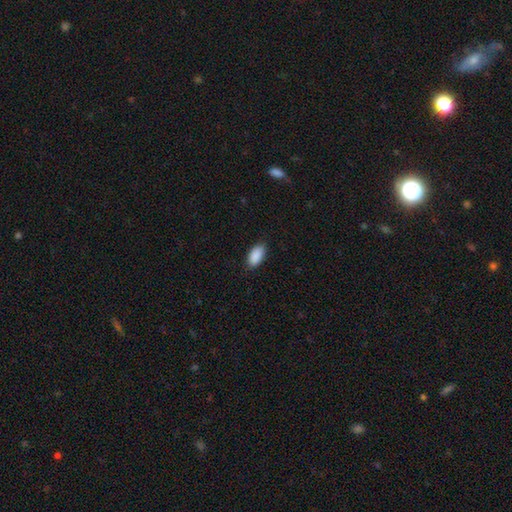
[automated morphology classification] smooth-or-featured: smooth: 91% | star or artifact: 6% | featured or disk: 3%
  how-rounded: in between: 94% | round: 3% | cigar-shaped: 3%
  merging: none: 86% | minor disturbance: 11% | major disturbance: 2% | merger: 1%